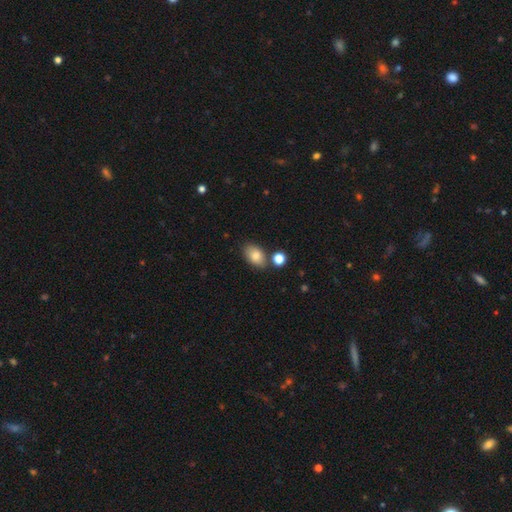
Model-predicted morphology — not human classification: This appears to be a smooth galaxy with no disk features (82%) that is in between round and cigar-shaped (88%). Merging: none (76%).